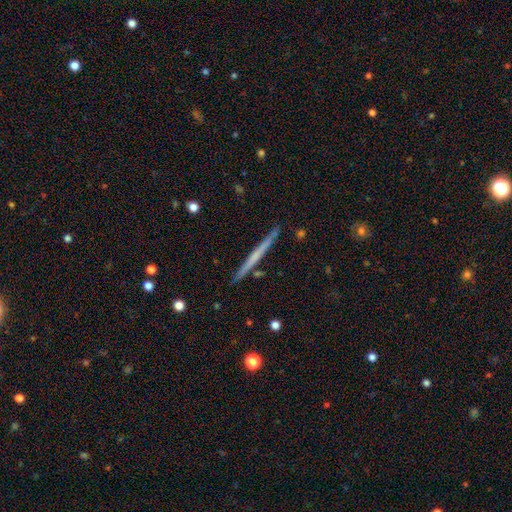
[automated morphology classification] Q: Smooth or featured?
A: featured or disk (50%); runner-up: smooth (44%)
Q: Edge-on disk?
A: yes (98%); runner-up: no (2%)
Q: Merging?
A: none (91%); runner-up: minor disturbance (6%)